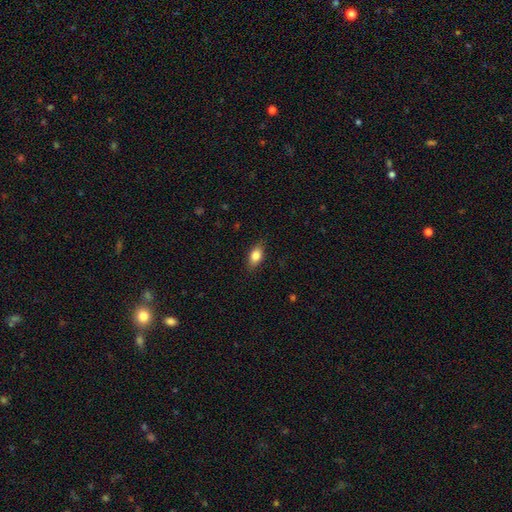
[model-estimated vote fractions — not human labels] smooth_or_featured: smooth (p=0.82) [alt: featured or disk p=0.10]
how_rounded: in between (p=0.86) [alt: round p=0.08]
merging: none (p=0.84) [alt: minor disturbance p=0.12]